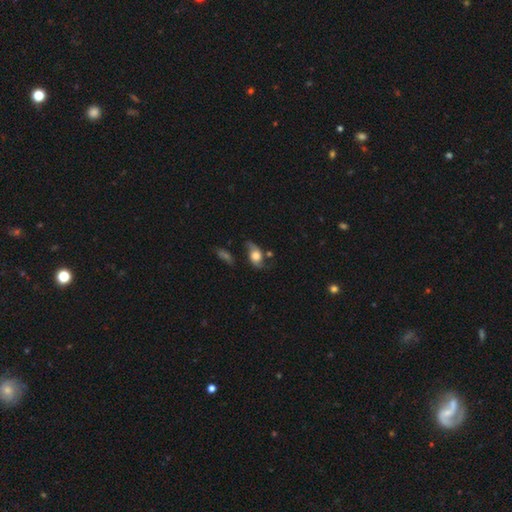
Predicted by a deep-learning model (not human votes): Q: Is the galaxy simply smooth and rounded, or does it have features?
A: featured or disk — 46%.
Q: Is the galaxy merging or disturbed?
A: none — 50%.